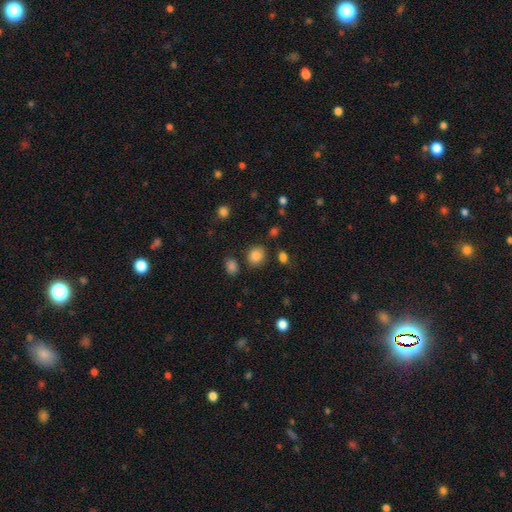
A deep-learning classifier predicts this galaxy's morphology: type=smooth (84%); roundness=round (66%); merging=none (80%).